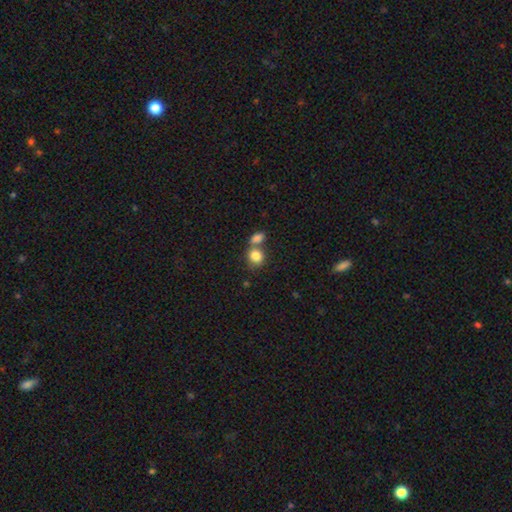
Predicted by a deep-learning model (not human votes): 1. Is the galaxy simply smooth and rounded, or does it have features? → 84% smooth, 9% star or artifact, 7% featured or disk.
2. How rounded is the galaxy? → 60% round, 39% in between, 1% cigar-shaped.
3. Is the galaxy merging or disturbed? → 47% merger, 41% none, 9% minor disturbance, 4% major disturbance.